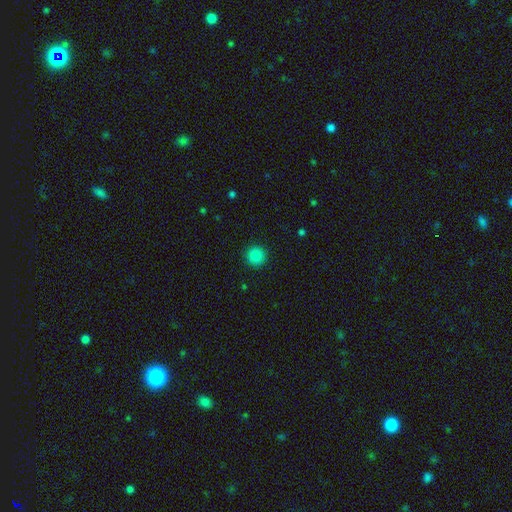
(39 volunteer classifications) This appears to be a smooth galaxy with no disk features (82%) that is round (97%). Merging: none (94%).